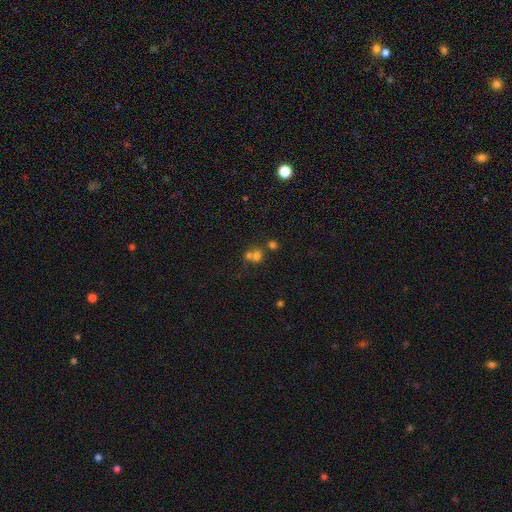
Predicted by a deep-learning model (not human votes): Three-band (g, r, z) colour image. It shows a smooth galaxy with no disk features (66%) that is round (83%). Merging: merger (47%).